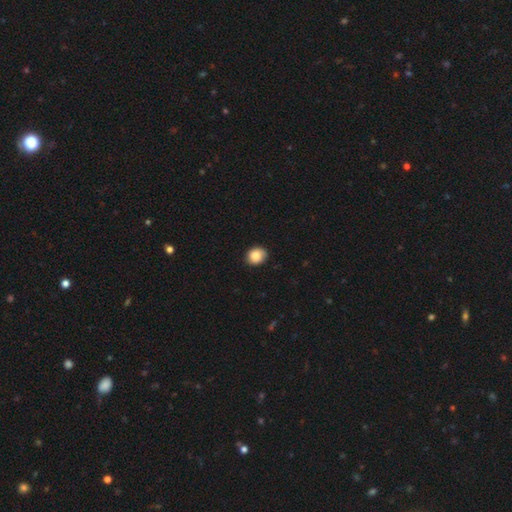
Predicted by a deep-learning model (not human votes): Morphology: type=smooth (85%); roundness=round (71%); merging=none (82%).